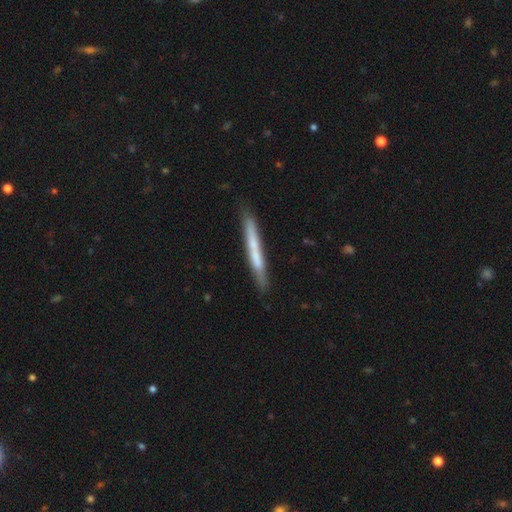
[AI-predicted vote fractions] Smooth or featured: smooth — 52% (featured or disk — 43%)
How rounded: cigar-shaped — 97% (in between — 2%)
Merging: none — 82% (minor disturbance — 13%)